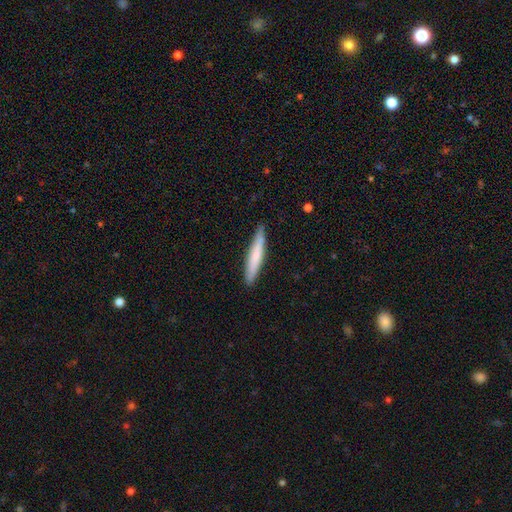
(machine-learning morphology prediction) This appears to be a smooth galaxy with no disk features (69%) that is cigar-shaped (92%). Merging: none (87%).